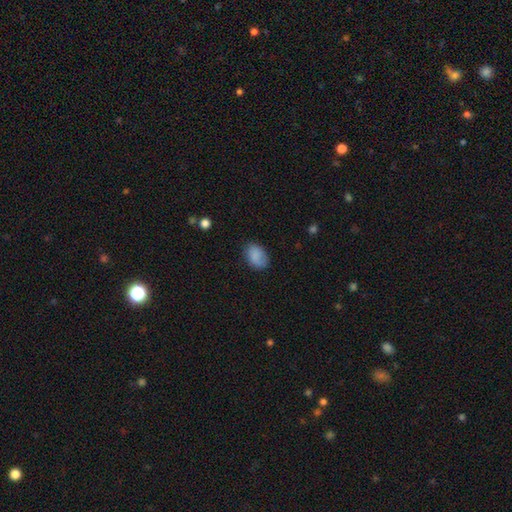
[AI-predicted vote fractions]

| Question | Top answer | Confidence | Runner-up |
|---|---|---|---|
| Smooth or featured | smooth | 84% | star or artifact (8%) |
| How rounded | in between | 81% | round (18%) |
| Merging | none | 75% | minor disturbance (19%) |